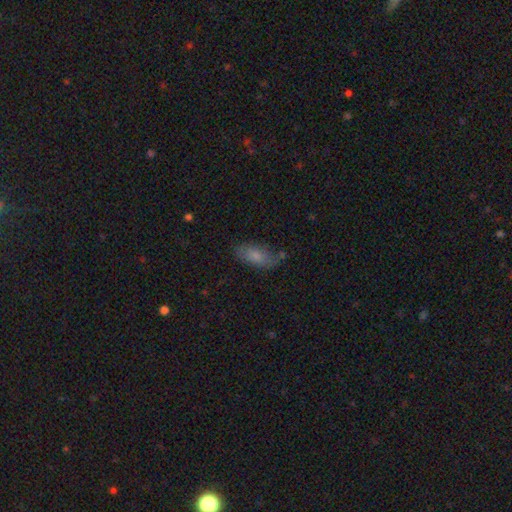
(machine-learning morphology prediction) smooth 78%, featured or disk 15%, star or artifact 7%. Down the decision tree: how rounded — in between (85%); merging — none (68%).